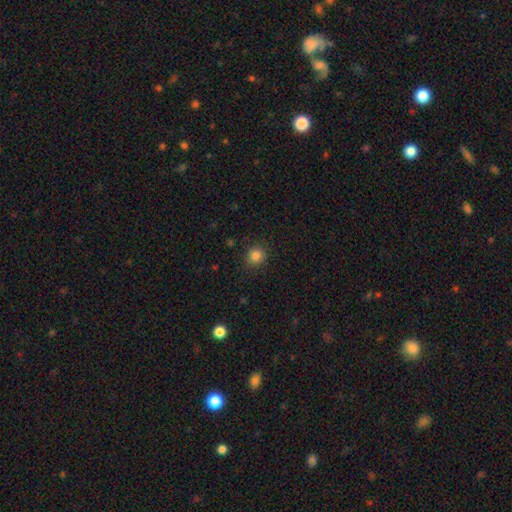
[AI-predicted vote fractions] Smooth or featured: smooth — 83% (star or artifact — 12%)
How rounded: round — 87% (in between — 12%)
Merging: none — 89% (minor disturbance — 8%)